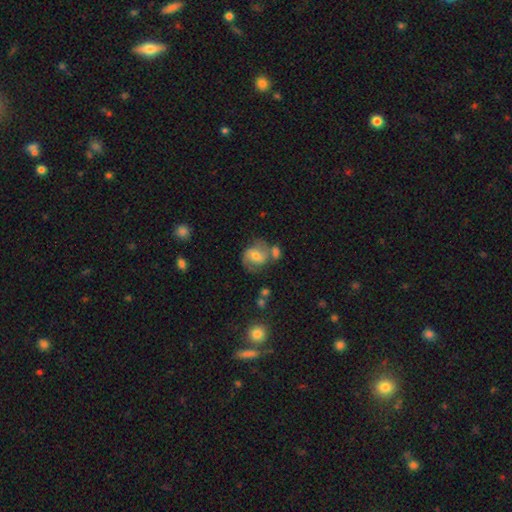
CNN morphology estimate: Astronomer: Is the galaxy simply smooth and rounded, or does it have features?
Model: smooth — 45%, tied with featured or disk at 45%.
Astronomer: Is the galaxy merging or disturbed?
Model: none — 50%.